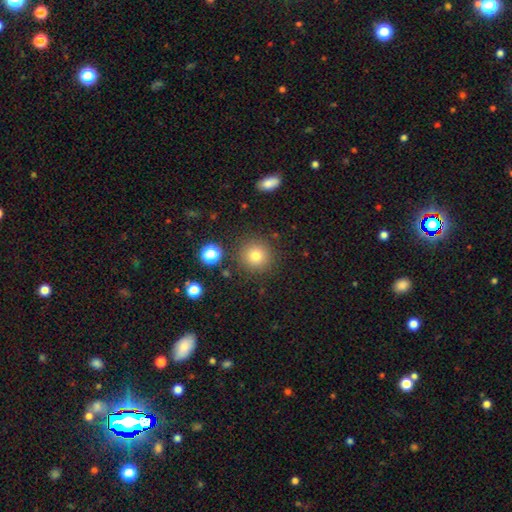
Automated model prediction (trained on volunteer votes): Smooth or featured? Predicted: smooth (p=0.79). How rounded? Predicted: round (p=0.93). Merging? Predicted: none (p=0.87).